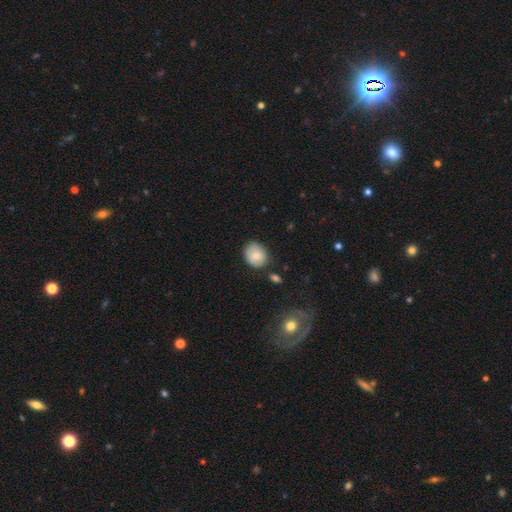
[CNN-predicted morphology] type=smooth (77%); roundness=round (53%); merging=none (71%).